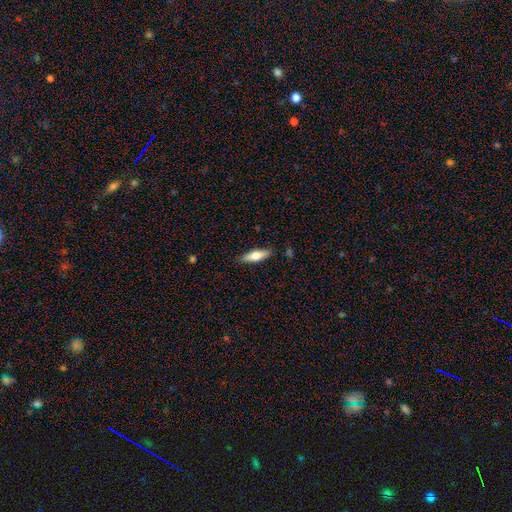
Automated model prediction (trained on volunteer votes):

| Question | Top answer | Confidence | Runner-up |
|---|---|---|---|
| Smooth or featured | smooth | 60% | featured or disk (35%) |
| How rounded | cigar-shaped | 55% | in between (42%) |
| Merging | none | 86% | minor disturbance (11%) |